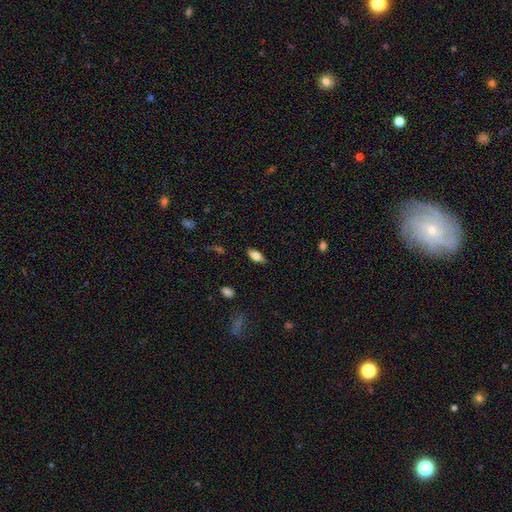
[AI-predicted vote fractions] Smooth or featured? smooth (77%)
How rounded? in between (86%)
Merging? none (85%)